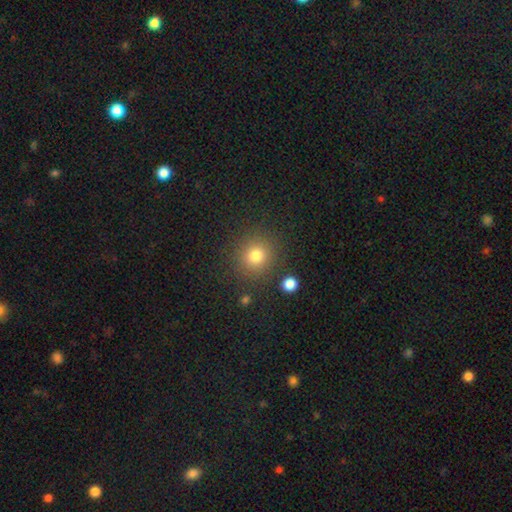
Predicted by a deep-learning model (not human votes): A smooth galaxy with no disk features (78%) that is round (90%).

Vote fractions:
- Smooth or featured? smooth: 78% / star or artifact: 14% / featured or disk: 7%
- How rounded? round: 90% / in between: 9% / cigar-shaped: 1%
- Merging? none: 86% / minor disturbance: 8% / major disturbance: 3% / merger: 3%